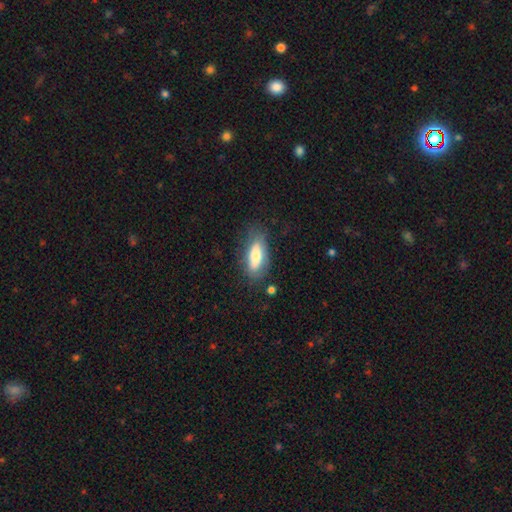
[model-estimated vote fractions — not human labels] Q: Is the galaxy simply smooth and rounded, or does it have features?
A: smooth — 68%.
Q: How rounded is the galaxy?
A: in between — 77%.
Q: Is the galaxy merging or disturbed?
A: none — 68%.